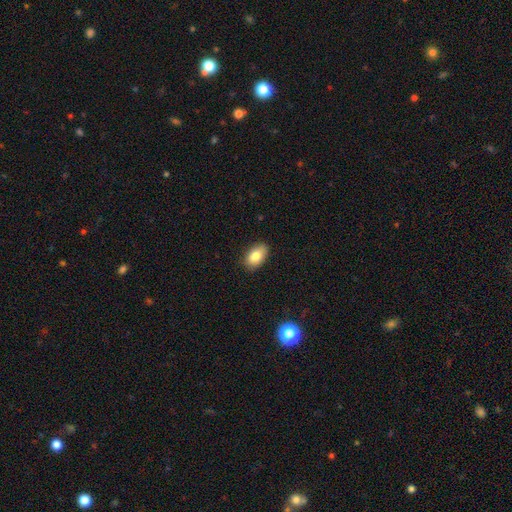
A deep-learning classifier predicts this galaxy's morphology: This is clearly a smooth galaxy (82%). How rounded: clearly in between (91%). Merging: clearly none (86%).